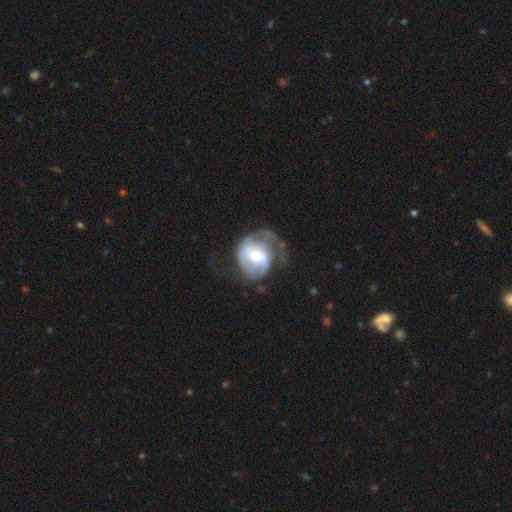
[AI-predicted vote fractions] smooth-or-featured: featured or disk: 79% | smooth: 16% | star or artifact: 5%
  disk-edge-on: no: 98% | yes: 2%
    bar: no: 62% | weak: 30% | strong: 9%
    has-spiral-arms: yes: 86% | no: 14%
      spiral-winding: tight: 49% | medium: 34% | loose: 17%
      spiral-arm-count: 2: 46% | can't tell: 25% | 1: 12% | 3: 11% | 4: 3% | more than 4: 3%
    bulge-size: moderate: 66% | small: 27% | large: 5% | none: 1% | dominant: 1%
  merging: none: 44% | major disturbance: 29% | minor disturbance: 26% | merger: 2%